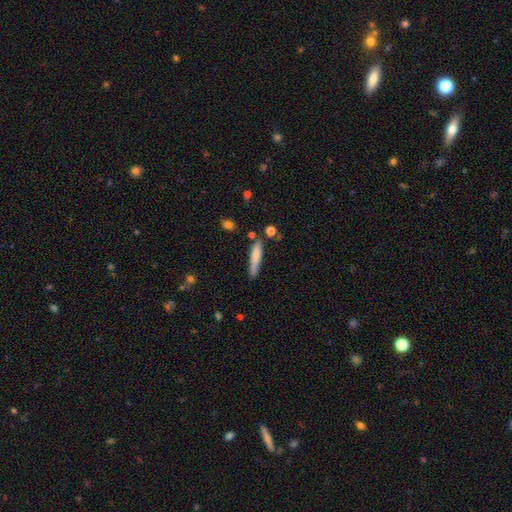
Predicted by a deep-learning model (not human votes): Overall: smooth (74%). How rounded: cigar-shaped (88%). Merging: none (69%).